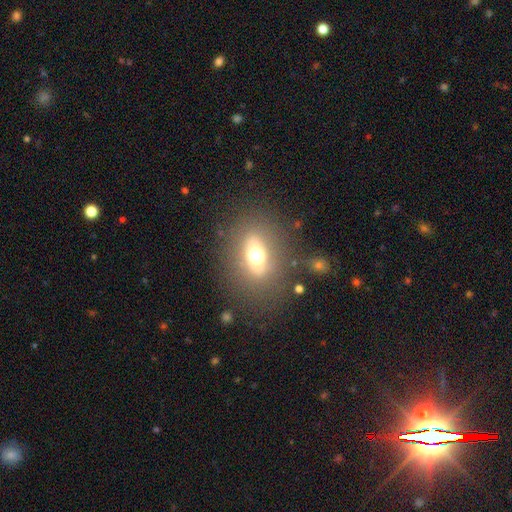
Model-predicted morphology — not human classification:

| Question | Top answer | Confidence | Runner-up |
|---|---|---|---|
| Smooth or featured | smooth | 51% | featured or disk (34%) |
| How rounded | in between | 57% | round (38%) |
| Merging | none | 79% | minor disturbance (11%) |